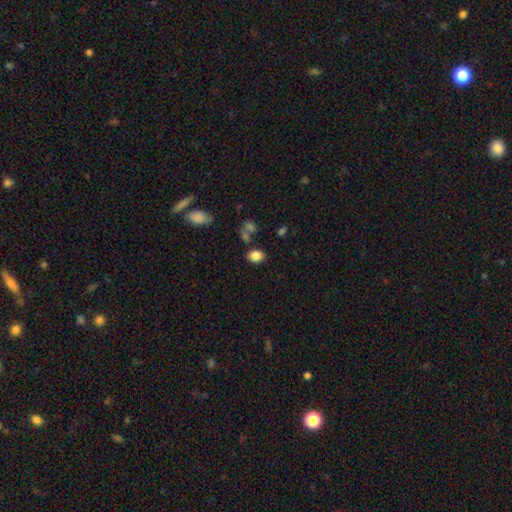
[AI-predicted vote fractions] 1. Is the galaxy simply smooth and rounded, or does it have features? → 84% smooth, 10% star or artifact, 6% featured or disk.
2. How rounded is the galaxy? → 71% in between, 28% round, 1% cigar-shaped.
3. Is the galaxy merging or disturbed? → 76% none, 12% minor disturbance, 8% merger, 4% major disturbance.